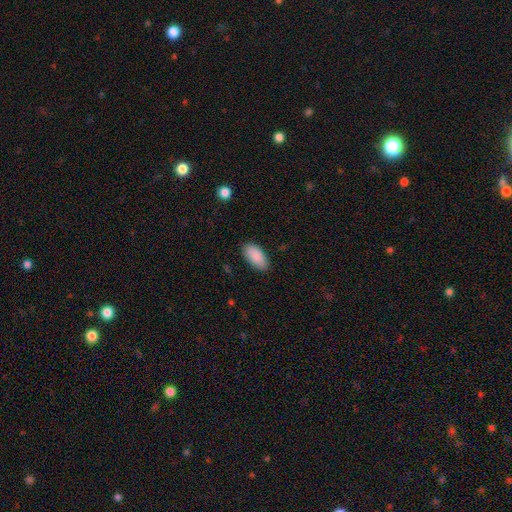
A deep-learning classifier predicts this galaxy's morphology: Smooth or featured? smooth (90%)
How rounded? in between (94%)
Merging? none (86%)